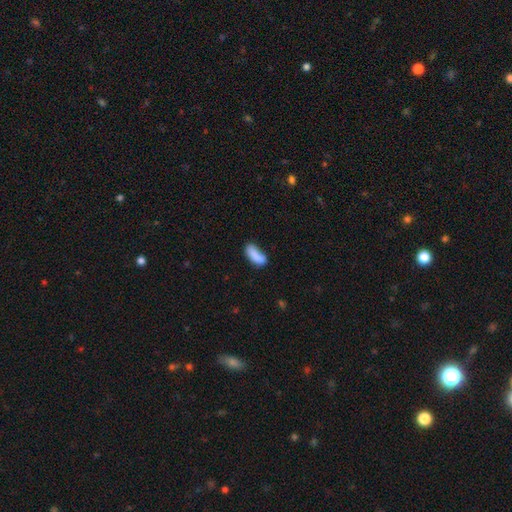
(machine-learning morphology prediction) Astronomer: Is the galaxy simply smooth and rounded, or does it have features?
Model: smooth — 83%.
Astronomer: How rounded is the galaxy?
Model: in between — 77%.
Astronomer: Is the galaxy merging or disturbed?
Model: none — 52% (runner-up: minor disturbance, 28%).